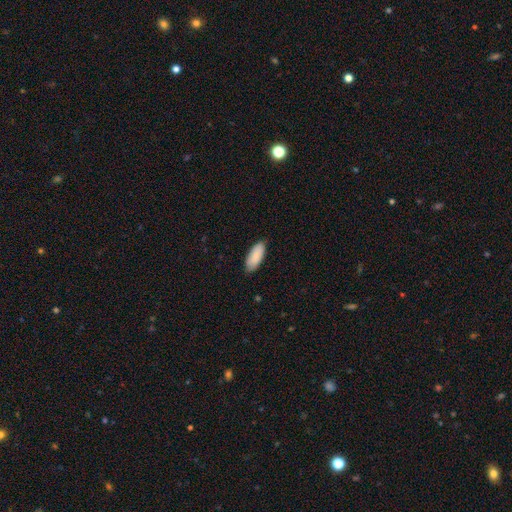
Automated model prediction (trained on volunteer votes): Overall: smooth (89%). How rounded: in between (84%). Merging: none (85%).